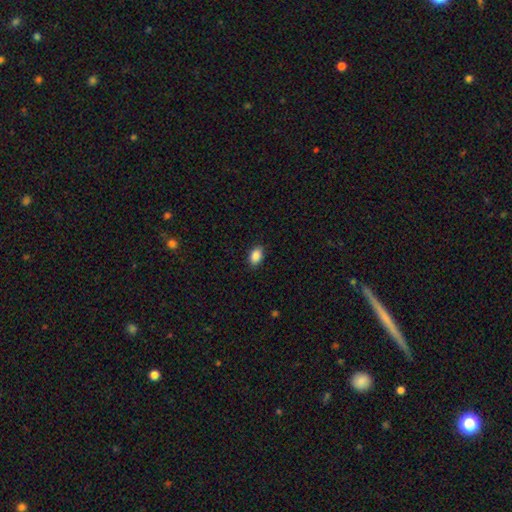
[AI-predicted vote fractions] Morphology: type=smooth (88%); roundness=in between (86%); merging=none (86%).